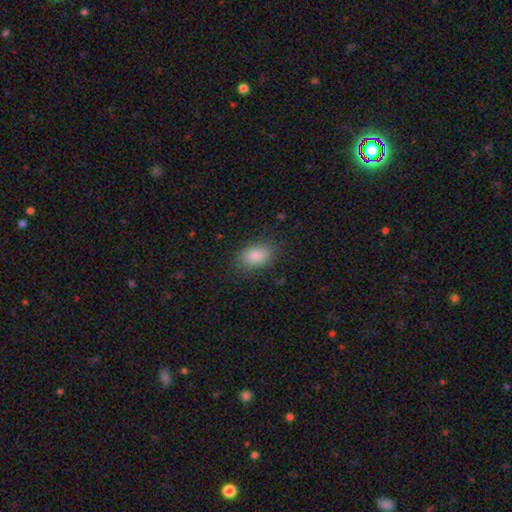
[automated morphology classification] Smooth or featured? smooth (87%)
How rounded? in between (89%)
Merging? none (84%)